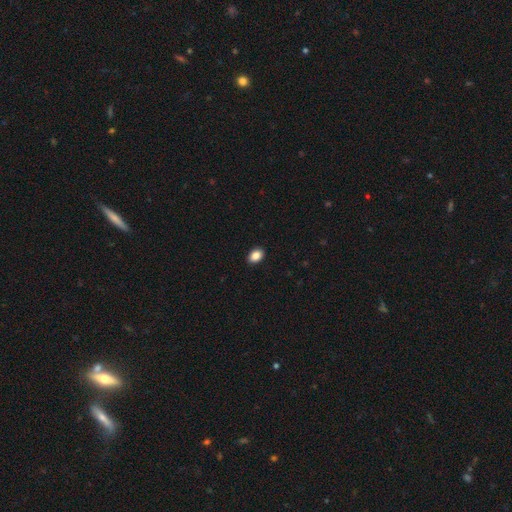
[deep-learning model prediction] This appears to be a smooth galaxy with no disk features (87%) that is in between round and cigar-shaped (82%). Merging: none (91%).